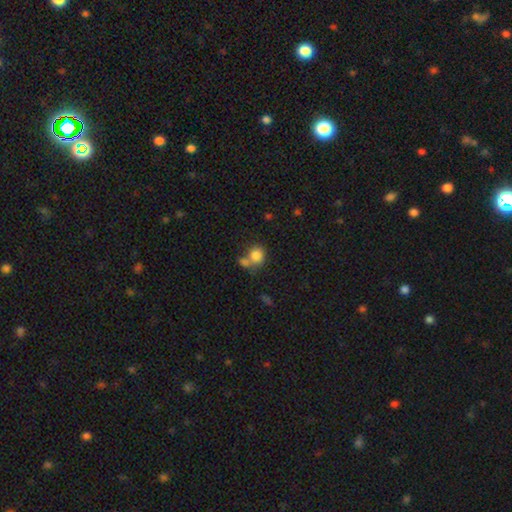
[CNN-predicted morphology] type=smooth (82%); roundness=round (73%); merging=none (44%).